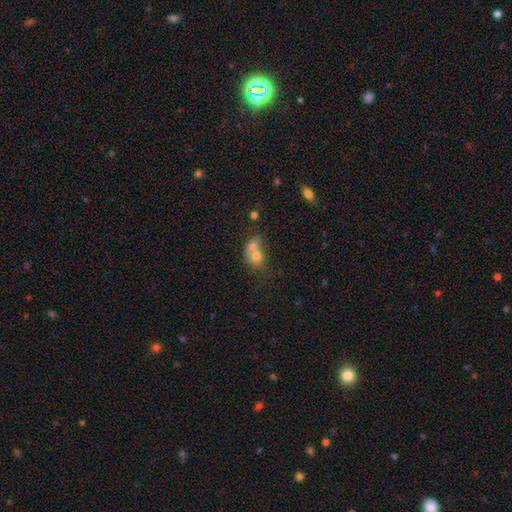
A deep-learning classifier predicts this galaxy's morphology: A smooth galaxy with no disk features (68%) that is round (53%).

Vote fractions:
- Smooth or featured? smooth: 68% / featured or disk: 21% / star or artifact: 11%
- How rounded? round: 53% / in between: 45% / cigar-shaped: 1%
- Merging? merger: 70% / none: 18% / minor disturbance: 7% / major disturbance: 5%